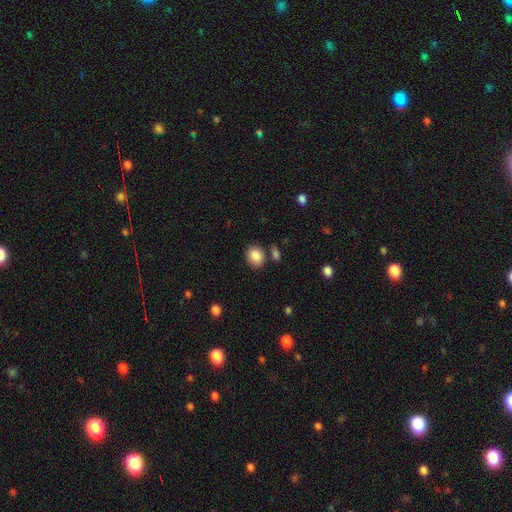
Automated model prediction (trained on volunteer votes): smooth-or-featured: smooth: 87% | star or artifact: 8% | featured or disk: 5%
  how-rounded: round: 58% | in between: 41% | cigar-shaped: 1%
  merging: none: 78% | minor disturbance: 12% | merger: 8% | major disturbance: 3%